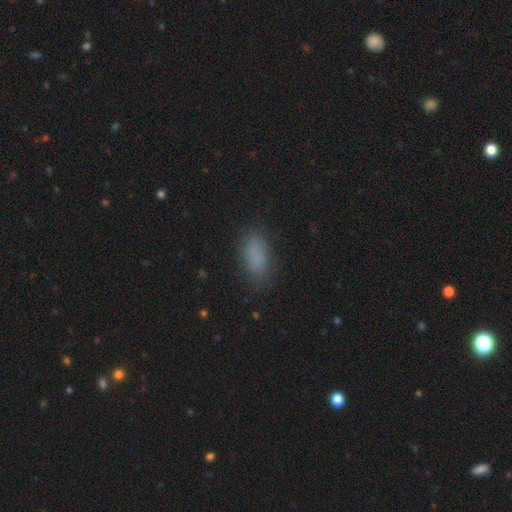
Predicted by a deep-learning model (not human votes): A smooth galaxy with no disk features (84%) that is in between round and cigar-shaped (87%). Merging: none (81%).